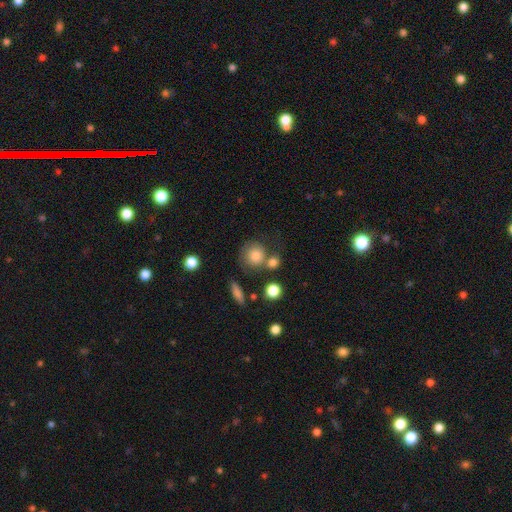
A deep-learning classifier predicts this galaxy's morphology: smooth 79%, featured or disk 12%, star or artifact 9%. Down the decision tree: how rounded — round (84%); merging — none (52%).